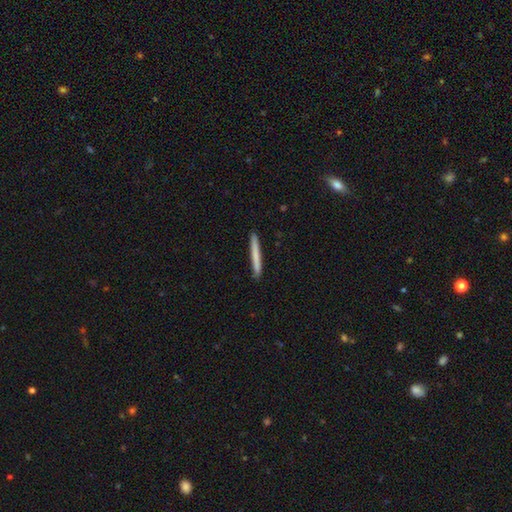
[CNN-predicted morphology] type=smooth (71%); roundness=cigar-shaped (97%); merging=none (92%).